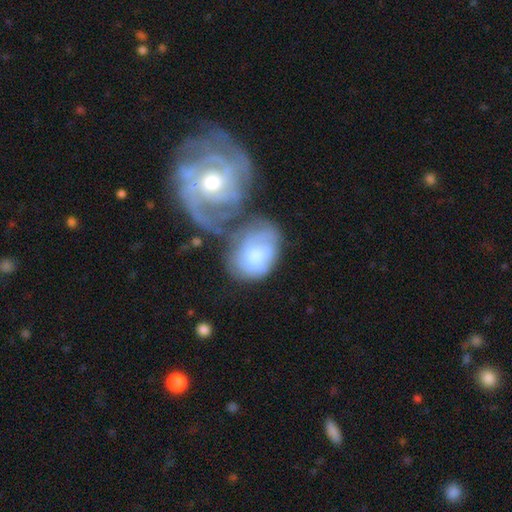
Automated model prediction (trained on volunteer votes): The model was most divided on "merging": merger: 40%, none: 31%, minor disturbance: 16%, major disturbance: 13%. More confident: edge-on disk — no (96%); spiral arms — yes (81%); bar — no (66%); smooth or featured — featured or disk (62%); bulge size — moderate (56%).